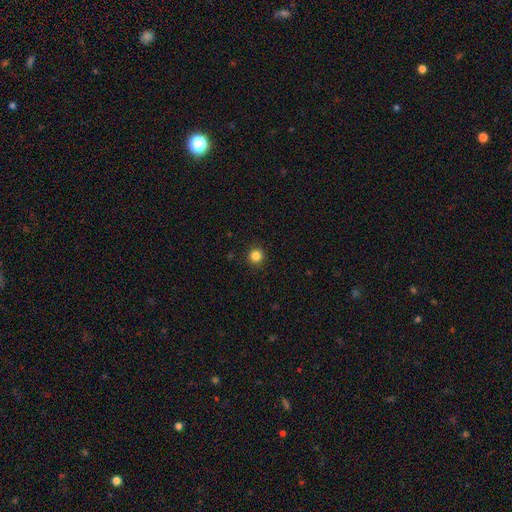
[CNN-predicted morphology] Q: Smooth or featured?
A: smooth (84%); runner-up: star or artifact (12%)
Q: How rounded?
A: round (95%); runner-up: in between (5%)
Q: Merging?
A: none (92%); runner-up: minor disturbance (5%)